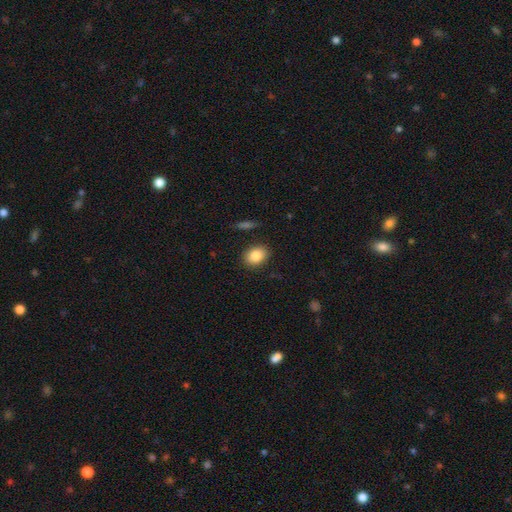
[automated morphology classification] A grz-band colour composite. It shows a smooth galaxy with no disk features (86%) that is in between round and cigar-shaped (68%). Merging: none (87%).